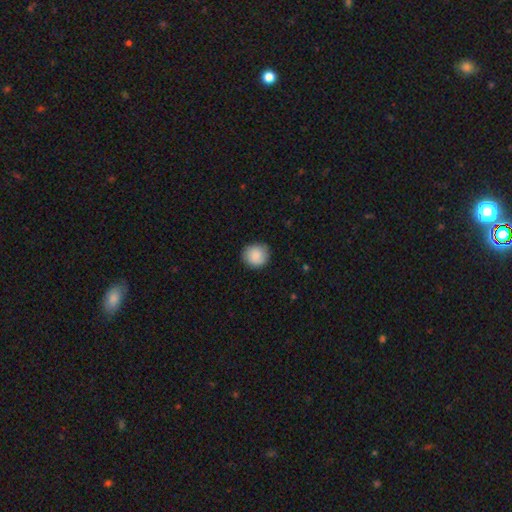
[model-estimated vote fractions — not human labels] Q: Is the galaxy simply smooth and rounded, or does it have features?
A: smooth — 87%.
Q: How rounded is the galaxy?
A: round — 92%.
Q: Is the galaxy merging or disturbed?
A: none — 87%.